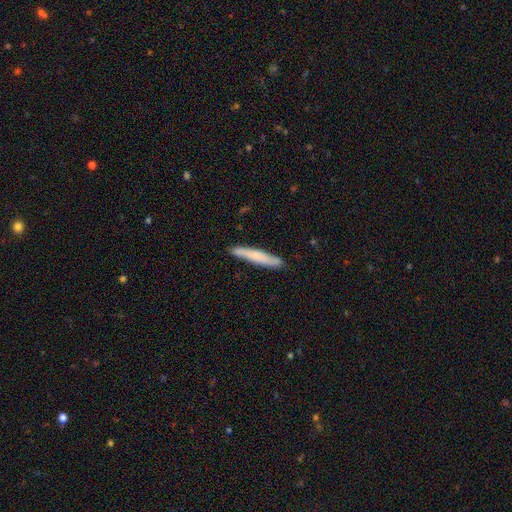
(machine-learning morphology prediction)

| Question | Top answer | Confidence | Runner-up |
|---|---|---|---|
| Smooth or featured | smooth | 62% | featured or disk (31%) |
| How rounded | cigar-shaped | 95% | in between (4%) |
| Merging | none | 87% | minor disturbance (10%) |